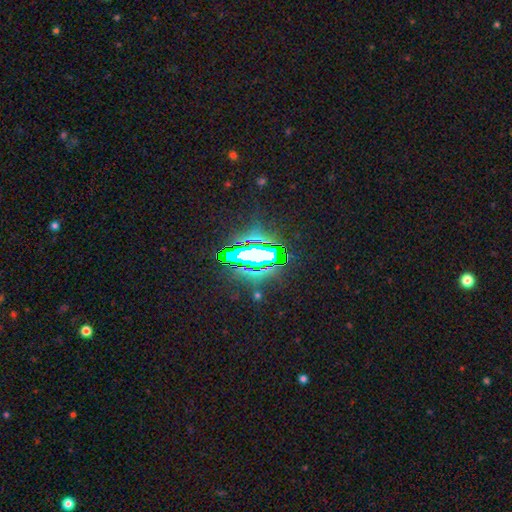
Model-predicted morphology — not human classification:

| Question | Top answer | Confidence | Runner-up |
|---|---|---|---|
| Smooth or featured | star or artifact | 71% | smooth (16%) |